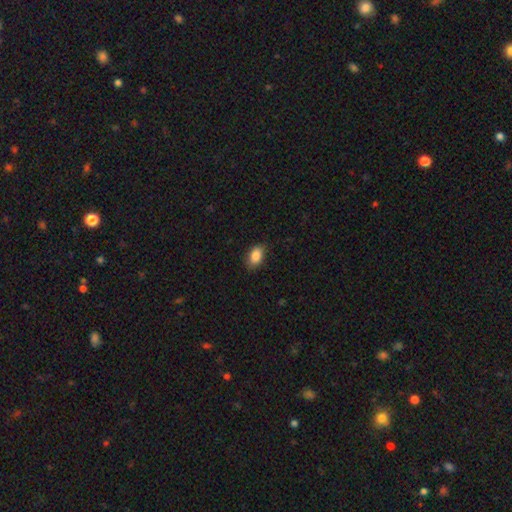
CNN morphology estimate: This is clearly a smooth galaxy (87%). How rounded: clearly in between (88%). Merging: clearly none (84%).